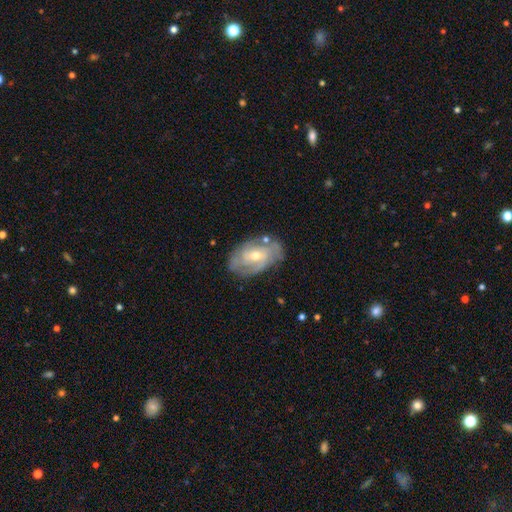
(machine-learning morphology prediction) type=featured or disk (77%); edge-on=no (95%); bar=no (54%); spiral arms=yes (88%); winding=tight (53%); arm count=can't tell (34%); bulge=moderate (49%); merging=none (71%).